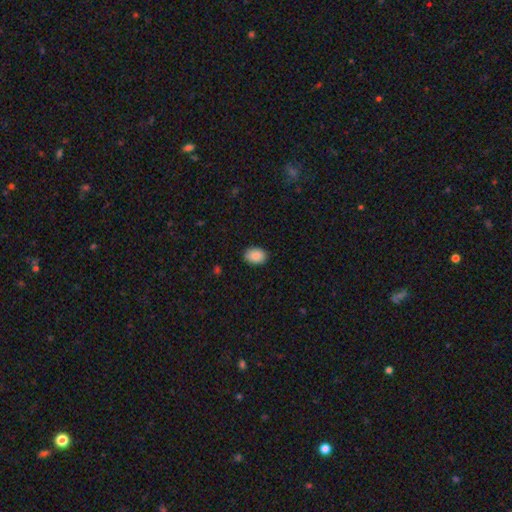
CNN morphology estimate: A smooth galaxy with no disk features (89%) that is in between round and cigar-shaped (73%).

Vote fractions:
- Smooth or featured? smooth: 89% / star or artifact: 7% / featured or disk: 4%
- How rounded? in between: 73% / round: 26% / cigar-shaped: 1%
- Merging? none: 88% / minor disturbance: 9% / major disturbance: 2% / merger: 1%